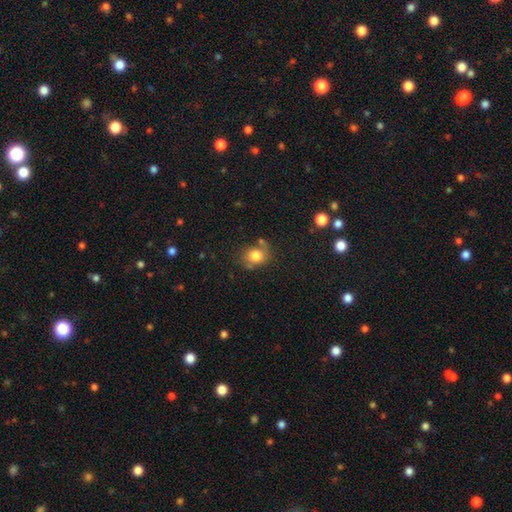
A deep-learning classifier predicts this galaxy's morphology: Smooth or featured? smooth (78%)
How rounded? round (60%)
Merging? none (65%)